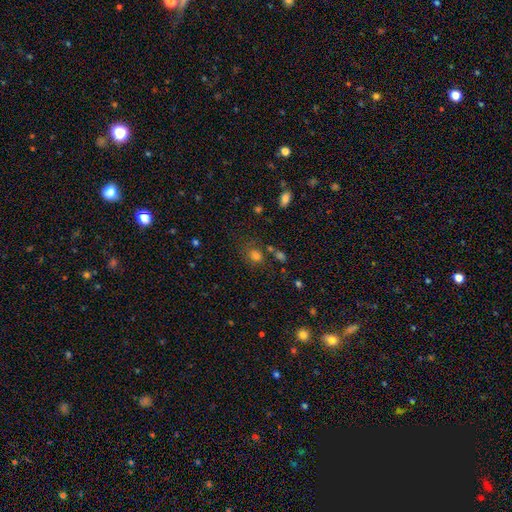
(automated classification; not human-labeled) Smooth or featured? Predicted: smooth (p=0.73). How rounded? Predicted: round (p=0.55). Merging? Predicted: none (p=0.62).